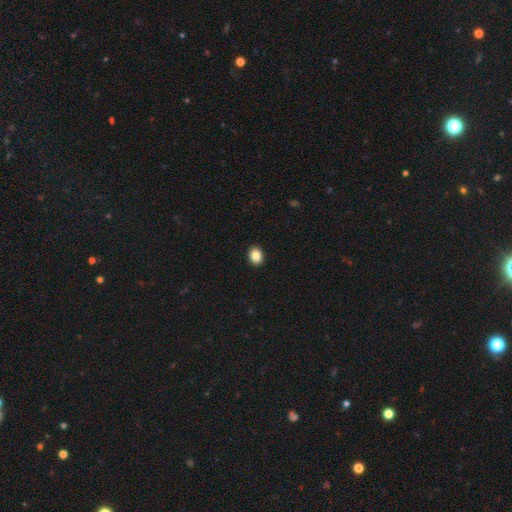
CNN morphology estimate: This is clearly a smooth galaxy (86%). How rounded: possibly in between (55%). Merging: clearly none (92%).